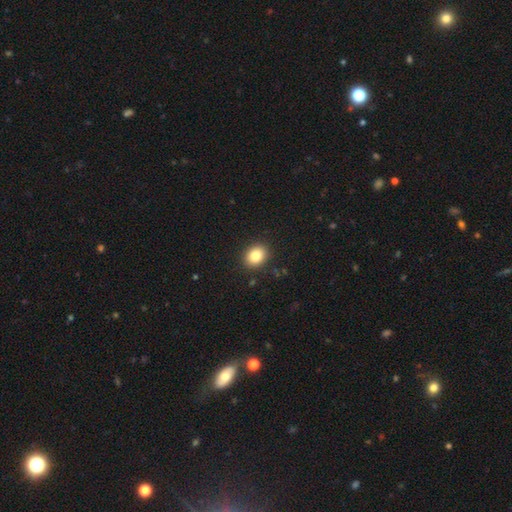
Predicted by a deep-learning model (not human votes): Smooth or featured?
  - smooth: 84% *
  - star or artifact: 9%
  - featured or disk: 6%
How rounded?
  - round: 50% *
  - in between: 49%
  - cigar-shaped: 1%
Merging?
  - none: 89% *
  - minor disturbance: 7%
  - major disturbance: 2%
  - merger: 1%